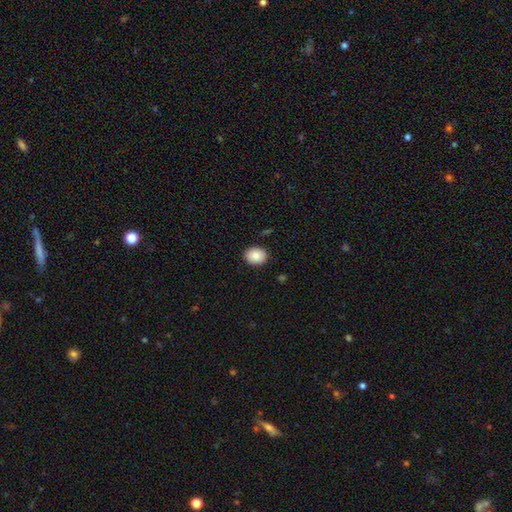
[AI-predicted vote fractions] A smooth galaxy with no disk features (87%) that is round (51%). Merging: none (89%).